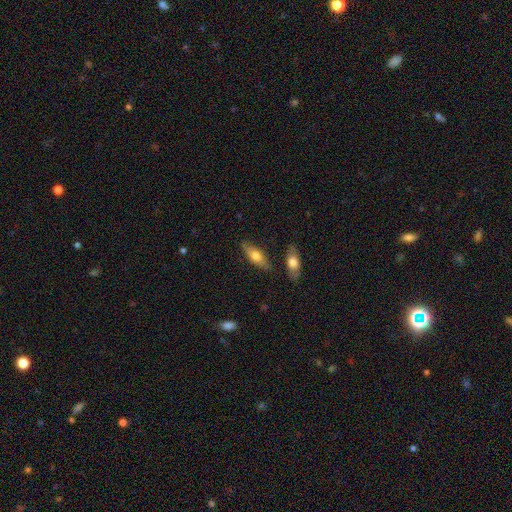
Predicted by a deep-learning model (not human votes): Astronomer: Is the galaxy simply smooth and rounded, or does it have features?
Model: smooth — 60%.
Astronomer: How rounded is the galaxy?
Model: in between — 61% (runner-up: cigar-shaped, 36%).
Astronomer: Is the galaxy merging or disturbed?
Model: none — 80%.